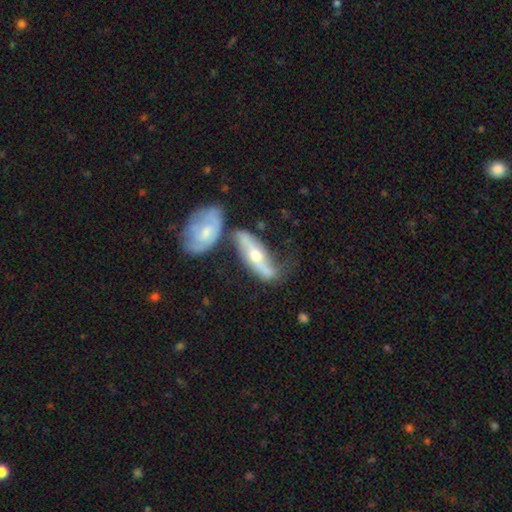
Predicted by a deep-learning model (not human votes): Smooth or featured? Predicted: featured or disk (p=0.73). Edge-on disk? Predicted: no (p=0.69). Bar? Predicted: no (p=0.42). Spiral arms? Predicted: yes (p=0.84). Bulge size? Predicted: moderate (p=0.61). Merging? Predicted: none (p=0.45).